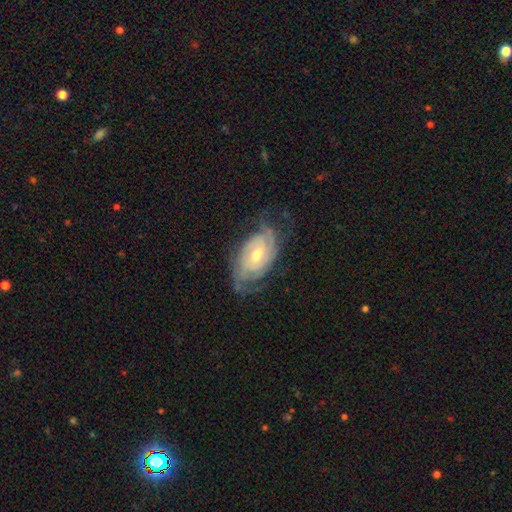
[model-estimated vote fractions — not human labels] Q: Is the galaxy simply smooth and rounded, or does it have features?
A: featured or disk — 75%.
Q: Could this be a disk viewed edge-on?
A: no — 93%.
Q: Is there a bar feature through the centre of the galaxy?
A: no — 72%.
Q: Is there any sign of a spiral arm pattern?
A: yes — 90%.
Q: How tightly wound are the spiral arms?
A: tight — 58%.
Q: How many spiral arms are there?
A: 2 — 43%.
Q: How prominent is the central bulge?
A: moderate — 48%.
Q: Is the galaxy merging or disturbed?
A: none — 71%.